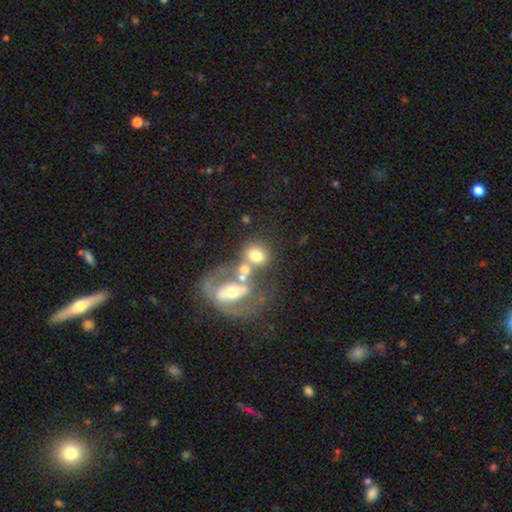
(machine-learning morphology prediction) The model was most divided on "merging": merger: 45%, none: 34%, minor disturbance: 11%, major disturbance: 9%. More confident: how rounded — round (58%); smooth or featured — smooth (58%).